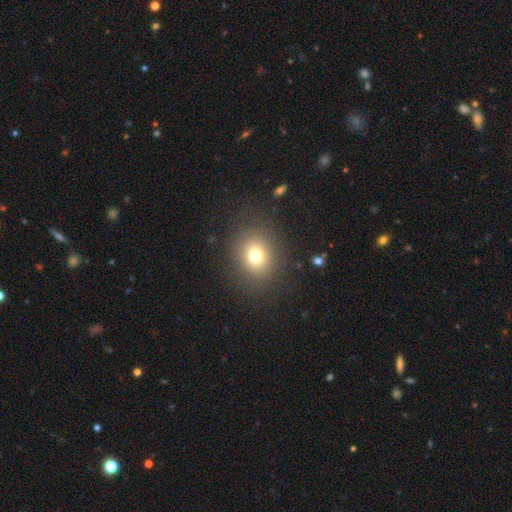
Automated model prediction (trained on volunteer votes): smooth 73%, star or artifact 15%, featured or disk 12%. Down the decision tree: how rounded — round (65%); merging — none (84%).